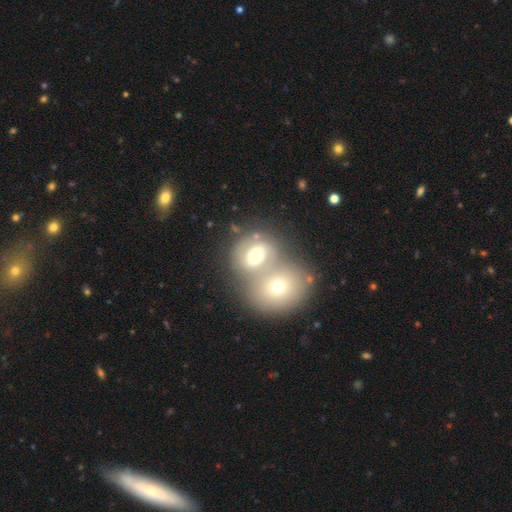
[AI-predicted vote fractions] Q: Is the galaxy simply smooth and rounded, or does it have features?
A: smooth — 51%.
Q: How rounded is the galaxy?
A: round — 61%.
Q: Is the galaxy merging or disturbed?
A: merger — 61%.